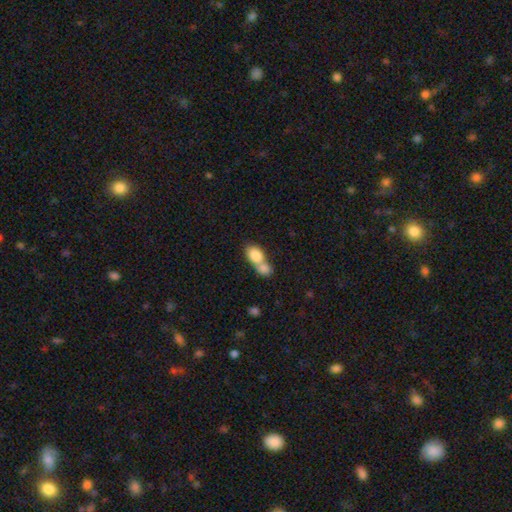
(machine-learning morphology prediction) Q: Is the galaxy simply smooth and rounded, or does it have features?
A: smooth — 81%.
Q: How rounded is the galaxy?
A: in between — 75%.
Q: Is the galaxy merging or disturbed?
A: merger — 74%.